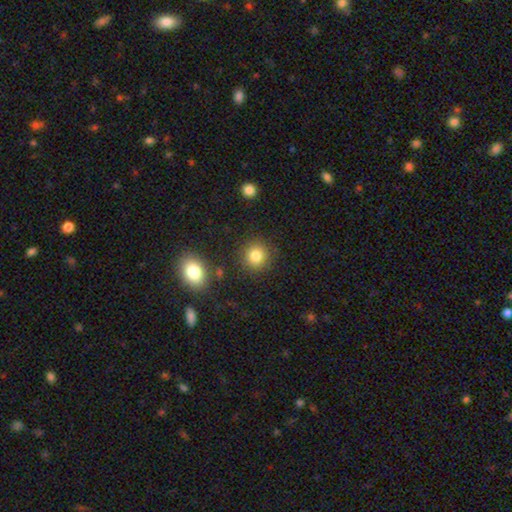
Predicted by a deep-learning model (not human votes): smooth-or-featured: smooth: 84% | star or artifact: 10% | featured or disk: 6%
  how-rounded: round: 89% | in between: 10% | cigar-shaped: 1%
  merging: none: 86% | minor disturbance: 8% | merger: 3% | major disturbance: 3%